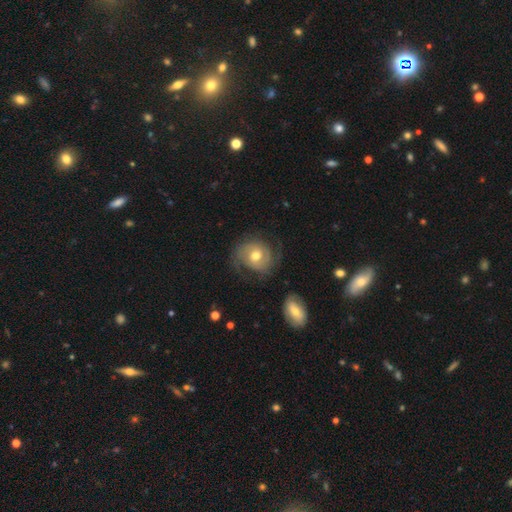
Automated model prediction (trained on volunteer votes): Smooth or featured?
  - featured or disk: 70% *
  - smooth: 23%
  - star or artifact: 7%
Edge-on disk?
  - no: 97% *
  - yes: 3%
Bar?
  - no: 67% *
  - weak: 26%
  - strong: 6%
Spiral arms?
  - yes: 88% *
  - no: 12%
Spiral winding?
  - tight: 41% *
  - medium: 40%
  - loose: 19%
Spiral arm count?
  - 2: 74% *
  - can't tell: 12%
  - 1: 5%
  - 3: 4%
  - 4: 2%
  - more than 4: 2%
Bulge size?
  - moderate: 74% *
  - small: 17%
  - large: 7%
  - dominant: 1%
  - none: 1%
Merging?
  - none: 65% *
  - minor disturbance: 18%
  - major disturbance: 14%
  - merger: 2%